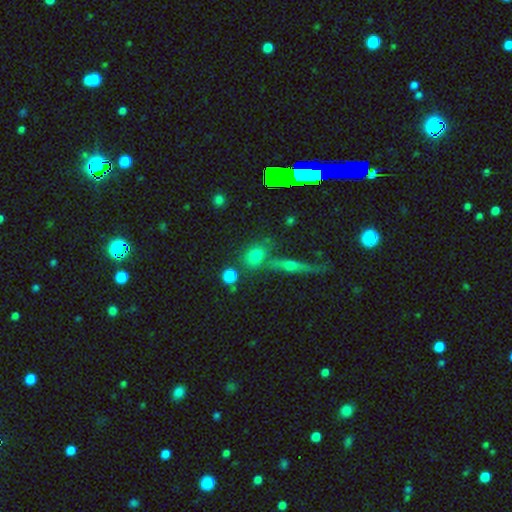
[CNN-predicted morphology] Smooth or featured?
  - smooth: 71% *
  - star or artifact: 17%
  - featured or disk: 12%
How rounded?
  - round: 59% *
  - in between: 36%
  - cigar-shaped: 5%
Merging?
  - none: 67% *
  - merger: 18%
  - minor disturbance: 11%
  - major disturbance: 5%